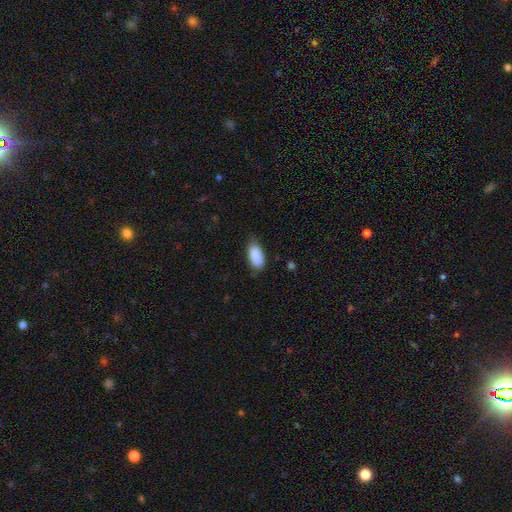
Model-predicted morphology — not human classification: smooth 88%, star or artifact 7%, featured or disk 6%. Down the decision tree: how rounded — in between (89%); merging — none (67%).